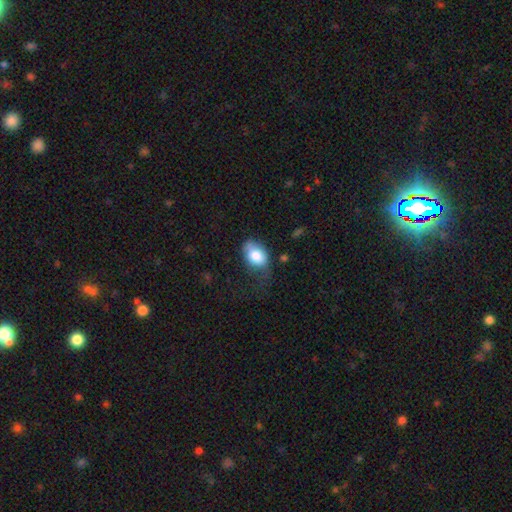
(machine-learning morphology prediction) smooth-or-featured: smooth: 80% | featured or disk: 13% | star or artifact: 7%
  how-rounded: in between: 84% | round: 15% | cigar-shaped: 1%
  merging: none: 42% | minor disturbance: 36% | major disturbance: 19% | merger: 3%